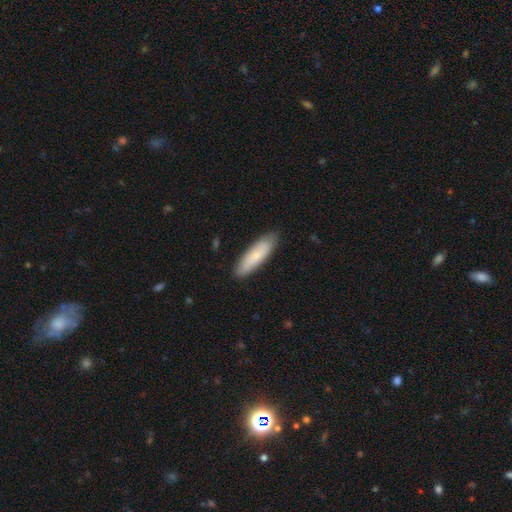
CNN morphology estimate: Overall: smooth (77%). How rounded: cigar-shaped (59%; in between 40%). Merging: none (86%).